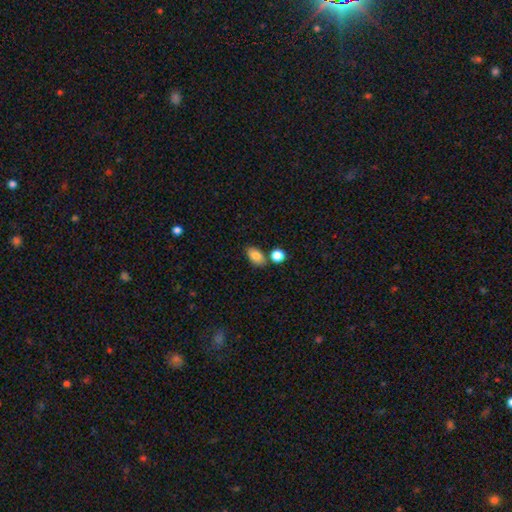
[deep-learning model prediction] This appears to be a smooth galaxy with no disk features (83%) that is in between round and cigar-shaped (89%). Merging: none (73%).